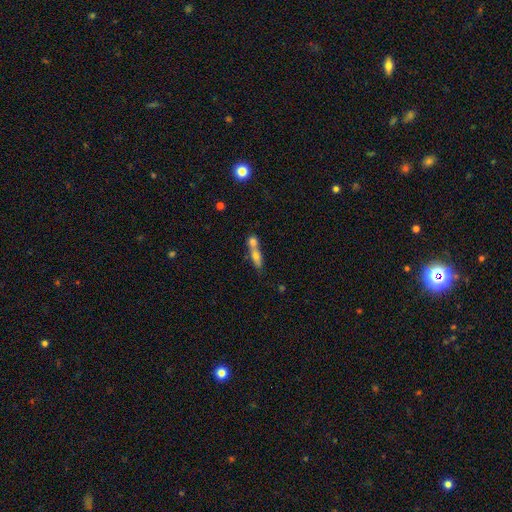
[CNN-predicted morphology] Q: Smooth or featured?
A: smooth (63%); runner-up: featured or disk (27%)
Q: How rounded?
A: cigar-shaped (46%); runner-up: in between (45%)
Q: Merging?
A: merger (62%); runner-up: none (26%)